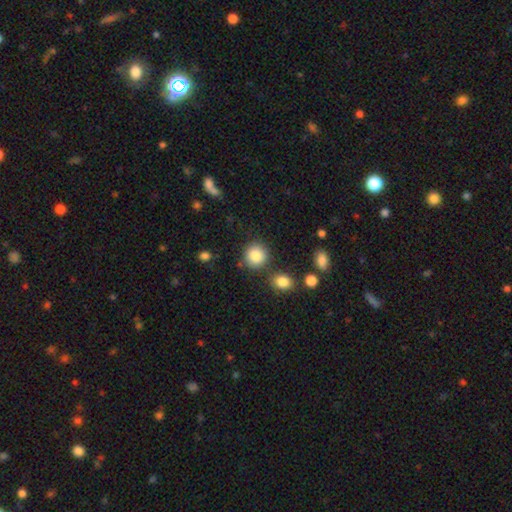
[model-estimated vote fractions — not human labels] Morphology: type=smooth (85%); roundness=round (90%); merging=none (80%).